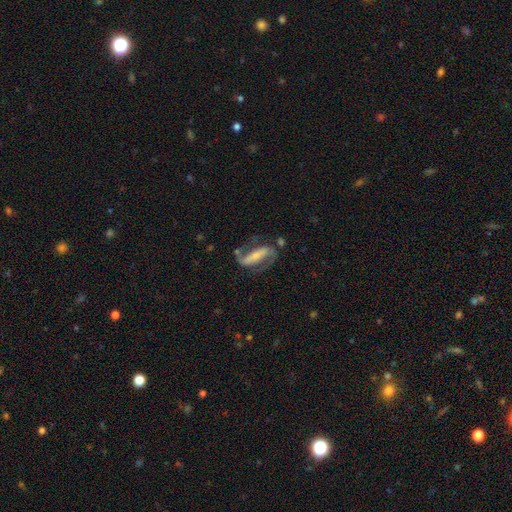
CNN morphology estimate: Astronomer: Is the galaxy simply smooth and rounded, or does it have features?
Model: featured or disk — 84%.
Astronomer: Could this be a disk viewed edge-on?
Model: no — 90%.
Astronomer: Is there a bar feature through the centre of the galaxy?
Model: strong — 69%.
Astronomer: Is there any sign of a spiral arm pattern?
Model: yes — 92%.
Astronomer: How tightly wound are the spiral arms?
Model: medium — 45% (runner-up: loose, 37%).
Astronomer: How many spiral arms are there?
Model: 2 — 89%.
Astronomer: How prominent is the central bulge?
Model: small — 58%.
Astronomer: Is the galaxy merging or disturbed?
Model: none — 70%.